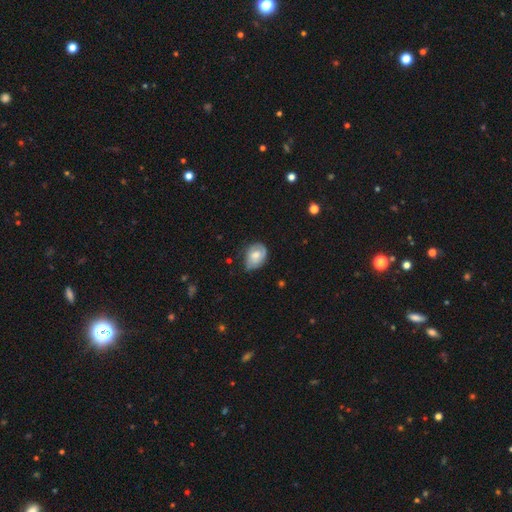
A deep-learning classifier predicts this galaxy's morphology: A smooth galaxy with no disk features (55%) that is in between round and cigar-shaped (66%). Merging: none (50%).